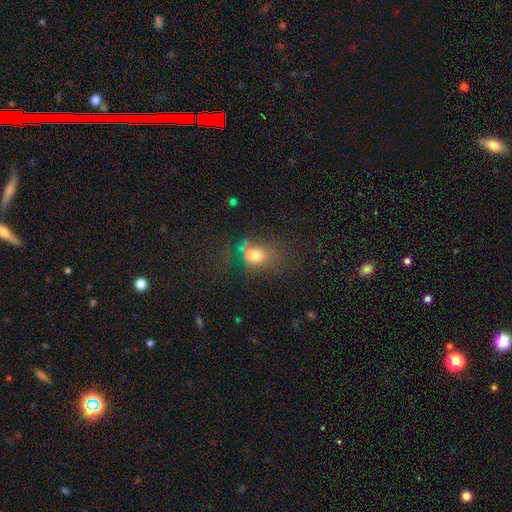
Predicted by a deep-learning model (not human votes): Smooth or featured?
  - smooth: 66% *
  - featured or disk: 17%
  - star or artifact: 17%
How rounded?
  - in between: 62% *
  - round: 36%
  - cigar-shaped: 2%
Merging?
  - none: 39% *
  - major disturbance: 23%
  - minor disturbance: 21%
  - merger: 17%